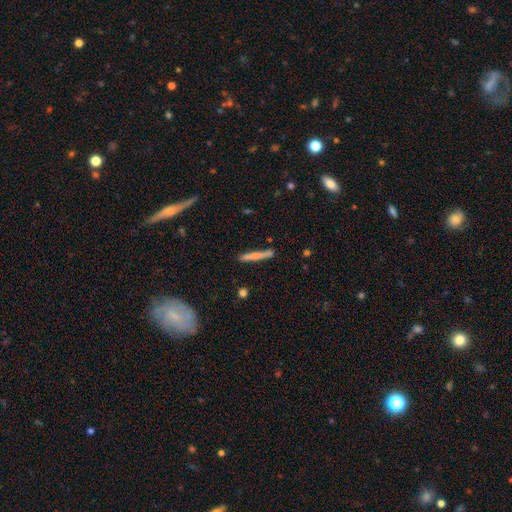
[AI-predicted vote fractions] Overall: smooth (68%). How rounded: cigar-shaped (95%). Merging: none (84%).